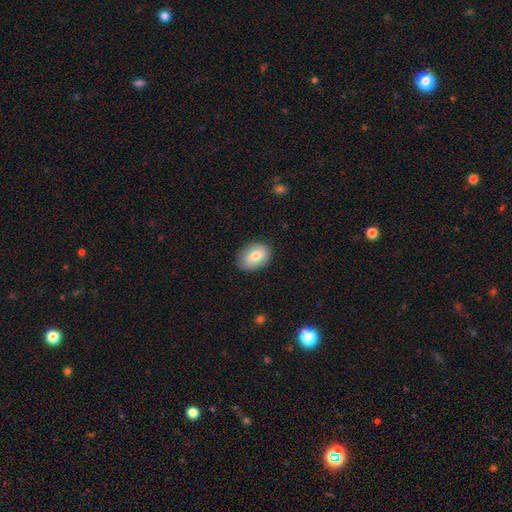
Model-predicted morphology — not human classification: Smooth or featured: smooth — 76% (featured or disk — 17%)
How rounded: in between — 73% (round — 26%)
Merging: none — 81% (minor disturbance — 15%)